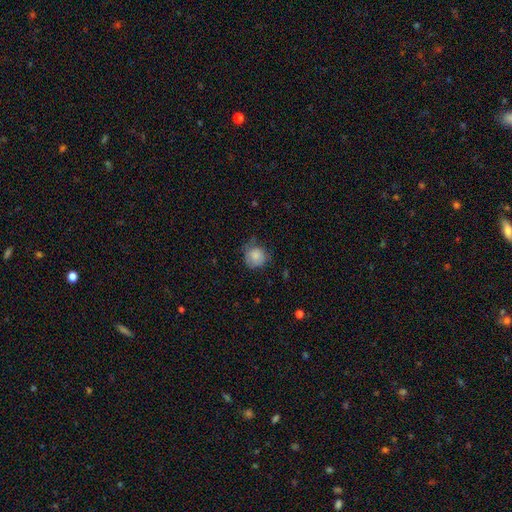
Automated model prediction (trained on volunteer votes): smooth 81%, featured or disk 11%, star or artifact 8%. Down the decision tree: how rounded — round (86%); merging — none (58%).